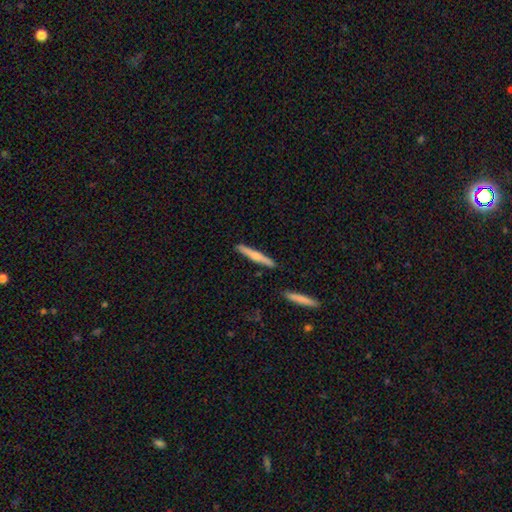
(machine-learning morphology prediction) This appears to be a smooth galaxy with no disk features (56%) that is cigar-shaped (94%). Merging: none (88%).